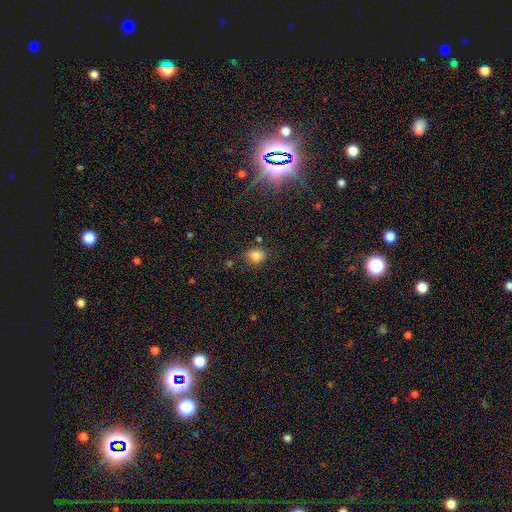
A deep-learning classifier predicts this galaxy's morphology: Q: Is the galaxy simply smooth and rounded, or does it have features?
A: smooth — 83%.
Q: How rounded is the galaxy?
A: round — 65%.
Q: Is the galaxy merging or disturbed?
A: none — 79%.